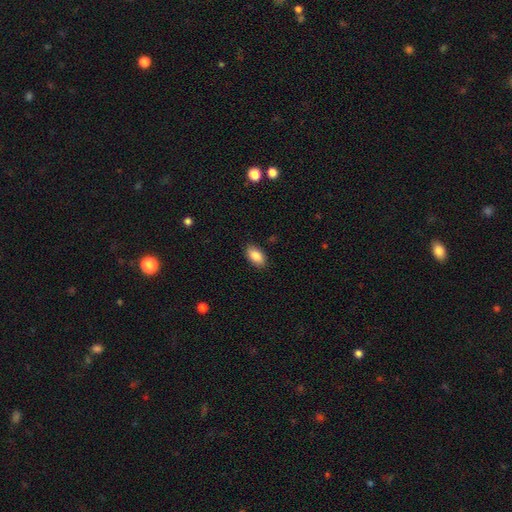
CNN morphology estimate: A smooth galaxy with no disk features (86%) that is in between round and cigar-shaped (93%).

Vote fractions:
- Smooth or featured? smooth: 86% / featured or disk: 7% / star or artifact: 7%
- How rounded? in between: 93% / round: 4% / cigar-shaped: 3%
- Merging? none: 87% / minor disturbance: 10% / major disturbance: 2% / merger: 1%